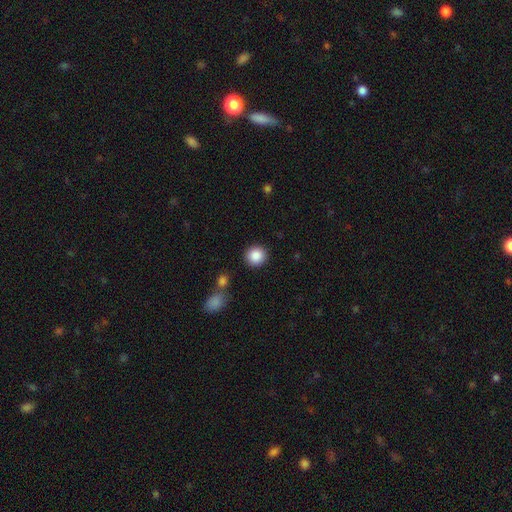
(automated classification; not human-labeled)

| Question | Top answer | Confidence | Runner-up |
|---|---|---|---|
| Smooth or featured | smooth | 88% | star or artifact (8%) |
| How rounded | round | 91% | in between (8%) |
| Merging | none | 89% | minor disturbance (6%) |